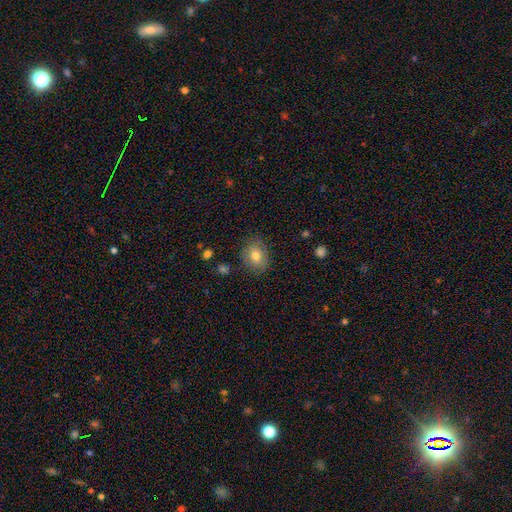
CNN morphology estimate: type=smooth (77%); roundness=in between (53%); merging=none (80%).